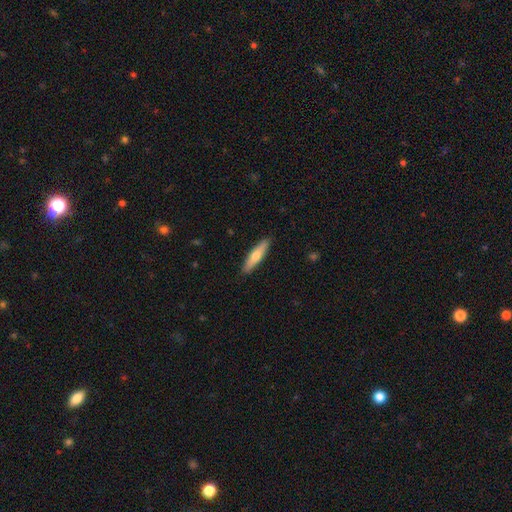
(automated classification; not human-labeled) A smooth galaxy with no disk features (62%) that is cigar-shaped (79%).

Vote fractions:
- Smooth or featured? smooth: 62% / featured or disk: 33% / star or artifact: 5%
- How rounded? cigar-shaped: 79% / in between: 19% / round: 2%
- Merging? none: 91% / minor disturbance: 7% / major disturbance: 1% / merger: 1%